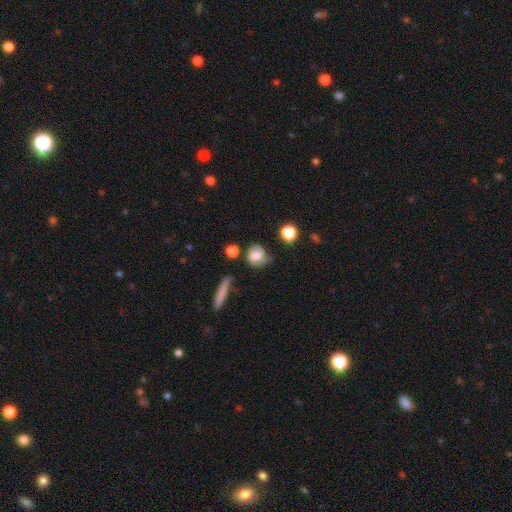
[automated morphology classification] This is likely a smooth galaxy (66%). How rounded: likely round (70%). Merging: possibly none (46%).